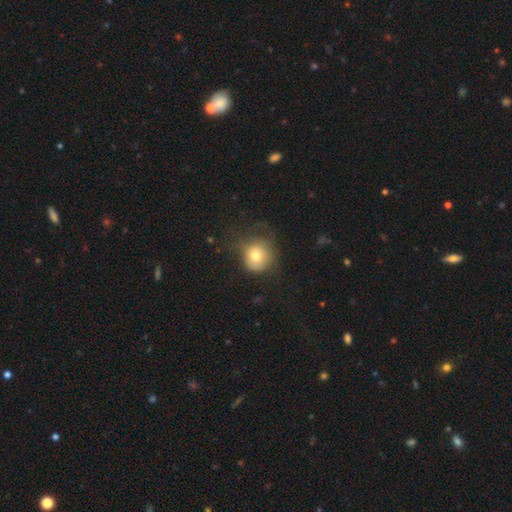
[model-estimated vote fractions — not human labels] smooth-or-featured: smooth: 75% | featured or disk: 14% | star or artifact: 11%
  how-rounded: round: 85% | in between: 14% | cigar-shaped: 1%
  merging: none: 54% | minor disturbance: 26% | major disturbance: 19% | merger: 2%